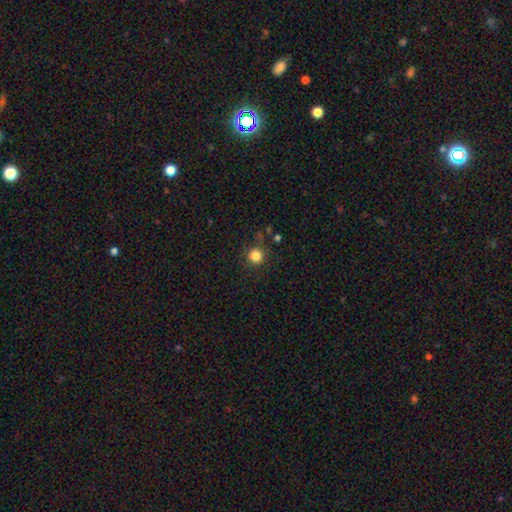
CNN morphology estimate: Smooth or featured? smooth (83%)
How rounded? round (93%)
Merging? none (83%)